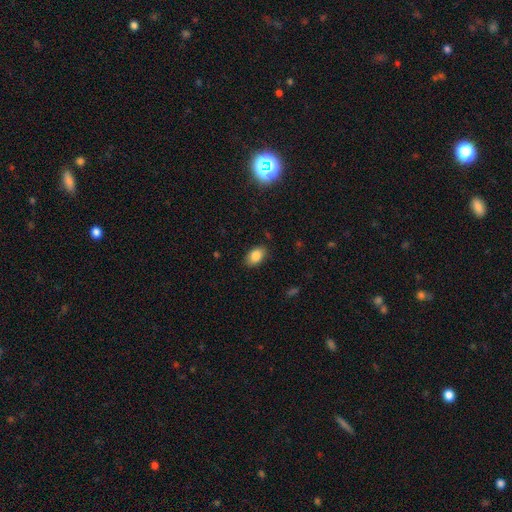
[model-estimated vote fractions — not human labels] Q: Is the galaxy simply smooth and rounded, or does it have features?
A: smooth — 84%.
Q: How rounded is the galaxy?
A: in between — 86%.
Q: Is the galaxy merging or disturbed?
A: none — 85%.